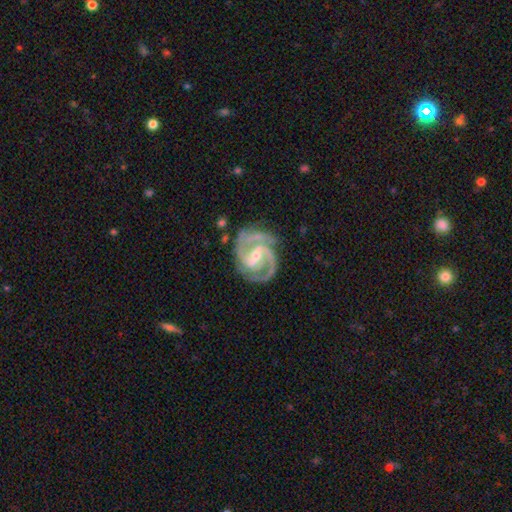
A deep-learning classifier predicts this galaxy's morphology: This appears to be a featured or disk galaxy (94%) with a weak bar (48%), 2 (62%) medium (49%) spiral arms (99%) and a small central bulge (55%). Merging: none (75%).